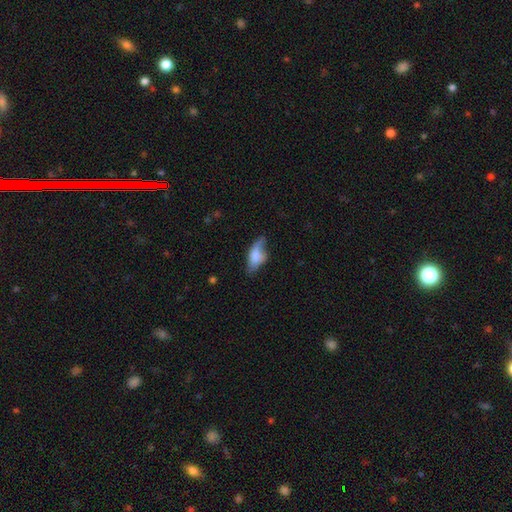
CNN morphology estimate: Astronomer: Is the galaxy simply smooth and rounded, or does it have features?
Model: smooth — 67%.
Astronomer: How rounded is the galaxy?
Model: in between — 82%.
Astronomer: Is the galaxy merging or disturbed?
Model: none — 39% (runner-up: minor disturbance, 36%).